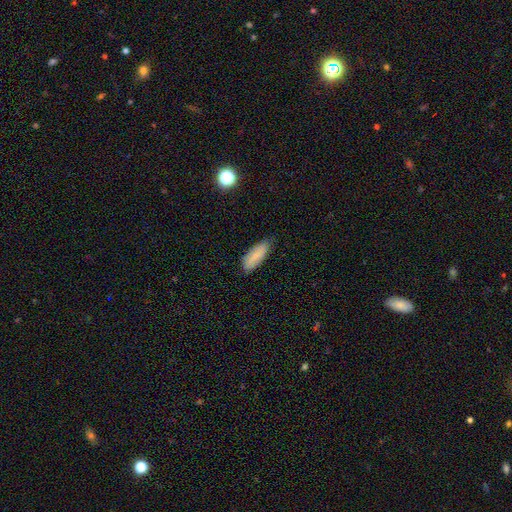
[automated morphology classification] Q: Smooth or featured?
A: smooth (79%); runner-up: featured or disk (14%)
Q: How rounded?
A: in between (75%); runner-up: cigar-shaped (23%)
Q: Merging?
A: none (76%); runner-up: minor disturbance (19%)